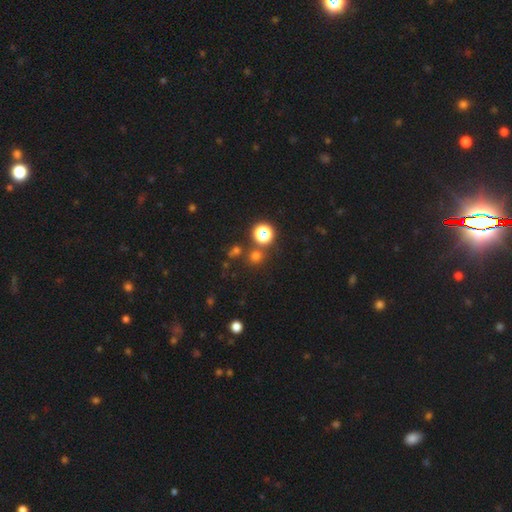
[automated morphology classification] Q: Smooth or featured?
A: smooth (65%); runner-up: star or artifact (29%)
Q: How rounded?
A: round (91%); runner-up: in between (7%)
Q: Merging?
A: none (79%); runner-up: merger (11%)